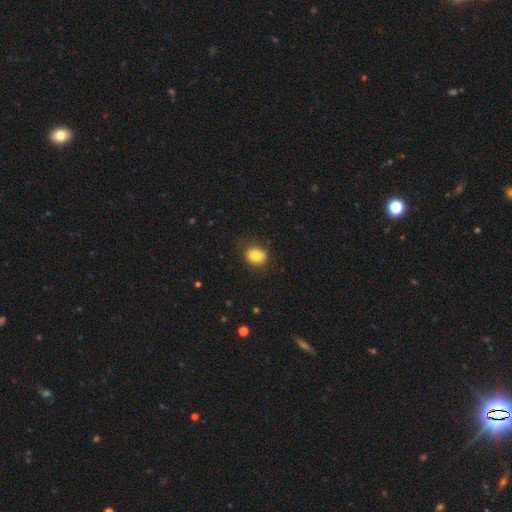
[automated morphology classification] Overall: smooth (81%). How rounded: round (54%; in between 44%). Merging: none (73%).